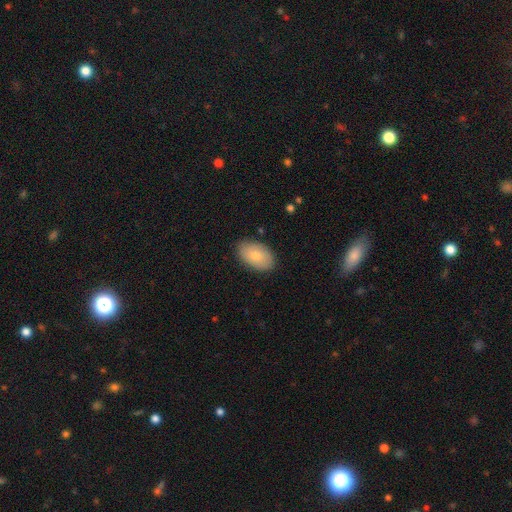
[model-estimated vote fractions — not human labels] A smooth galaxy with no disk features (77%) that is in between round and cigar-shaped (92%). Merging: none (85%).